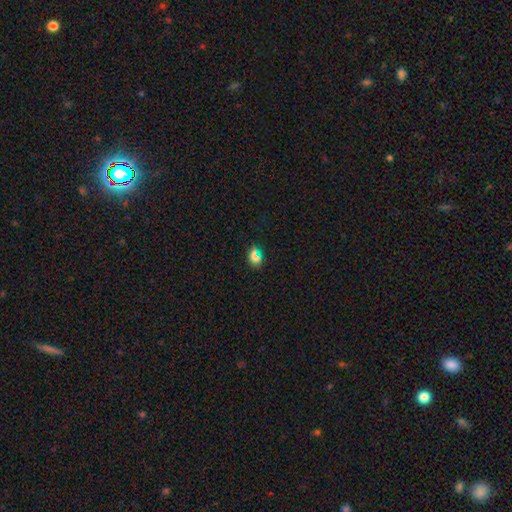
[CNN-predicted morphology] A smooth galaxy with no disk features (70%) that is in between round and cigar-shaped (54%).

Vote fractions:
- Smooth or featured? smooth: 70% / star or artifact: 22% / featured or disk: 8%
- How rounded? in between: 54% / round: 42% / cigar-shaped: 4%
- Merging? none: 80% / minor disturbance: 12% / merger: 4% / major disturbance: 4%